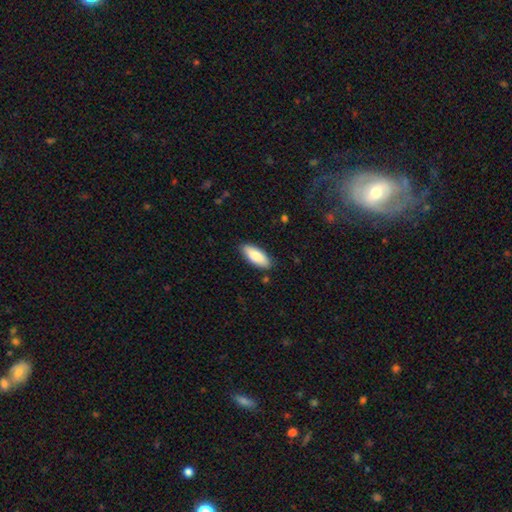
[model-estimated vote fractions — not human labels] This appears to be a smooth galaxy with no disk features (83%) that is in between round and cigar-shaped (78%). Merging: none (87%).